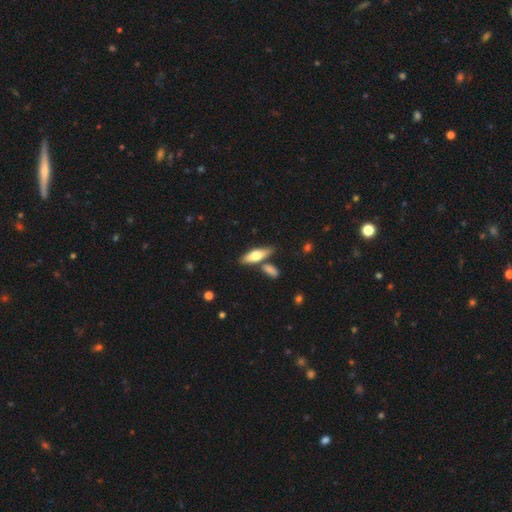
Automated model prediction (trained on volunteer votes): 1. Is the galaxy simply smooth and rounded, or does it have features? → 57% smooth, 37% featured or disk, 6% star or artifact.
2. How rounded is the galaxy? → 49% in between, 48% cigar-shaped, 3% round.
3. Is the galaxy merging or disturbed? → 70% none, 14% merger, 13% minor disturbance, 3% major disturbance.